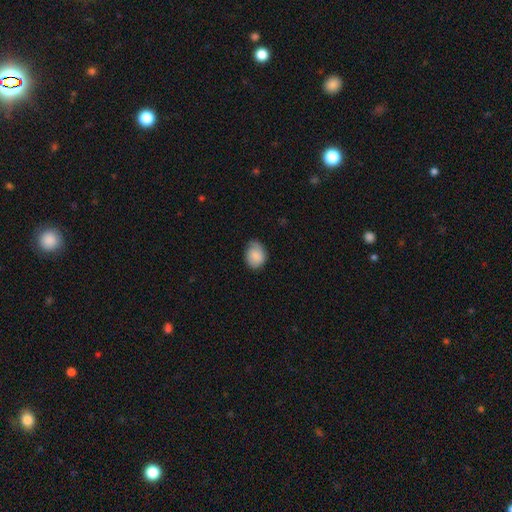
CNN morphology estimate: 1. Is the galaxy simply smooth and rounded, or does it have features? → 80% smooth, 13% featured or disk, 7% star or artifact.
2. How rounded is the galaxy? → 52% in between, 47% round, 1% cigar-shaped.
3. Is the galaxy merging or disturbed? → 60% none, 32% minor disturbance, 7% major disturbance, 1% merger.